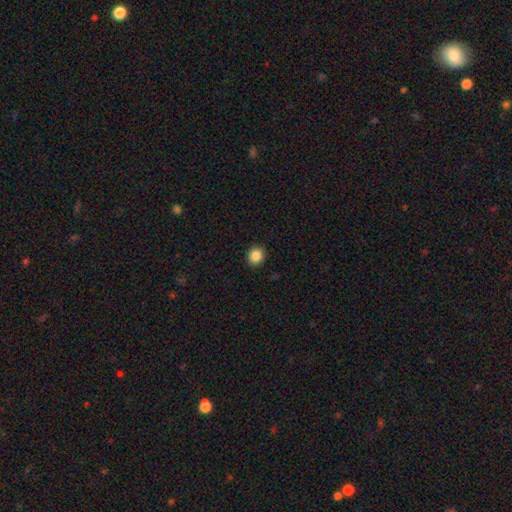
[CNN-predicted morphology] Q: Smooth or featured?
A: smooth (86%); runner-up: star or artifact (10%)
Q: How rounded?
A: round (81%); runner-up: in between (18%)
Q: Merging?
A: none (92%); runner-up: minor disturbance (6%)